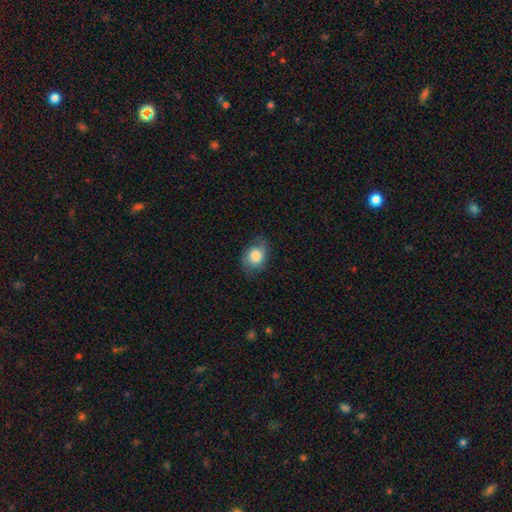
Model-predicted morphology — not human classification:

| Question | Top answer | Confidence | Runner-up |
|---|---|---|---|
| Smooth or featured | smooth | 75% | featured or disk (17%) |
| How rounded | in between | 63% | round (36%) |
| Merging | none | 68% | minor disturbance (23%) |